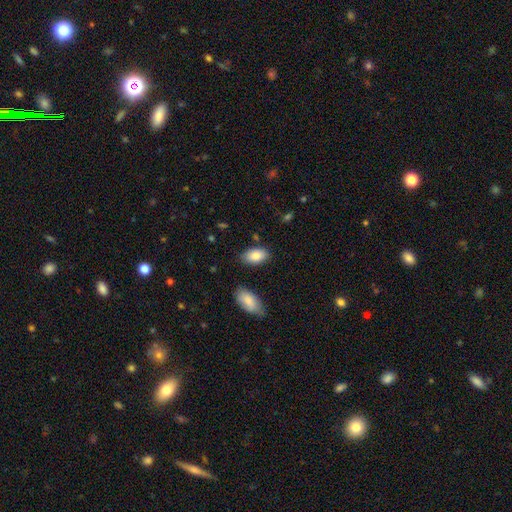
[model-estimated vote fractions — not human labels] Q: Smooth or featured?
A: smooth (85%); runner-up: featured or disk (8%)
Q: How rounded?
A: in between (94%); runner-up: round (4%)
Q: Merging?
A: none (83%); runner-up: minor disturbance (11%)